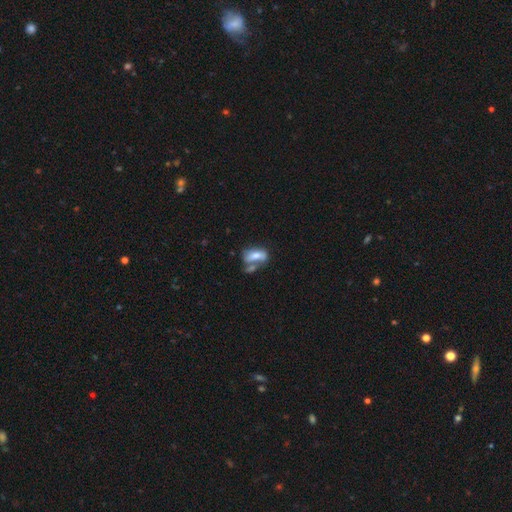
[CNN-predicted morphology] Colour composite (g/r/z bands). It shows a smooth galaxy with no disk features (57%) that is in between round and cigar-shaped (81%). Merging: merger (40%).